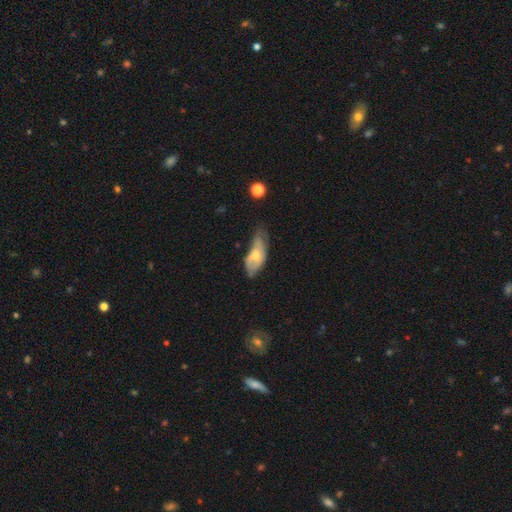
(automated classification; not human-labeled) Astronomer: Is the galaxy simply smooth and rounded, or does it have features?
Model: smooth — 49% (runner-up: featured or disk, 44%).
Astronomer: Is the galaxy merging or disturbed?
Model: minor disturbance — 39% (runner-up: none, 32%).